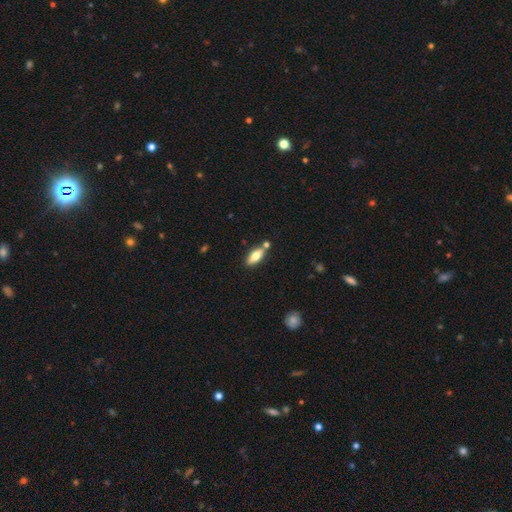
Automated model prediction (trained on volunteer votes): Overall: smooth (66%; featured or disk 28%). How rounded: in between (76%). Merging: none (73%).